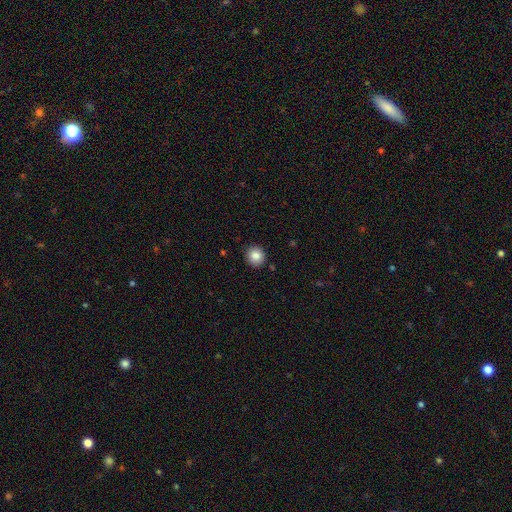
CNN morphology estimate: type=smooth (86%); roundness=round (88%); merging=none (90%).